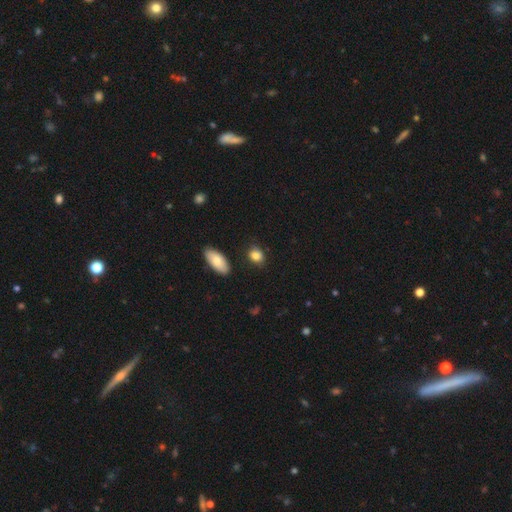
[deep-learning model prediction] This appears to be a smooth galaxy with no disk features (86%) that is in between round and cigar-shaped (59%). Merging: none (82%).